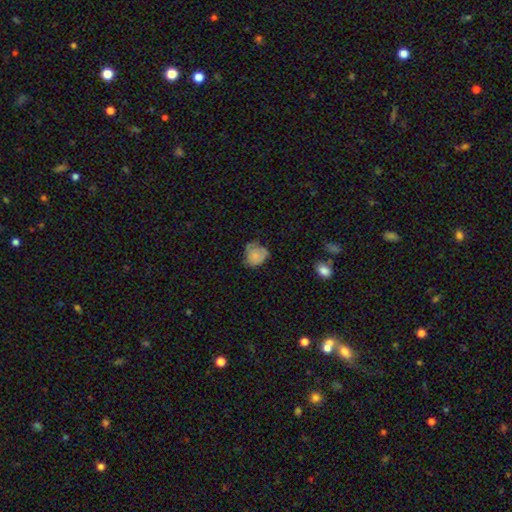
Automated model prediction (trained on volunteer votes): smooth 67%, featured or disk 24%, star or artifact 10%. Down the decision tree: how rounded — round (63%); merging — none (45%).